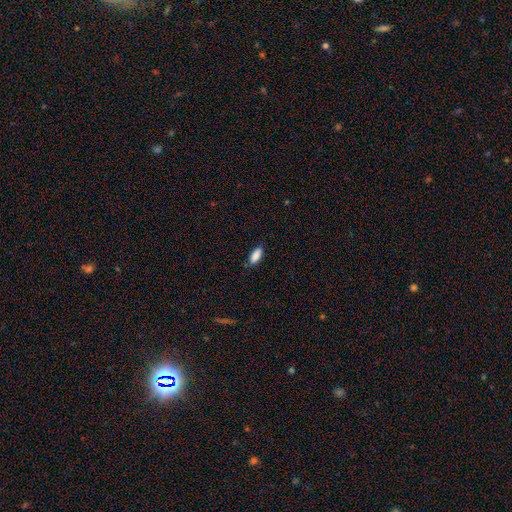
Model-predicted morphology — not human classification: This is clearly a smooth galaxy (88%). How rounded: clearly in between (80%). Merging: clearly none (82%).